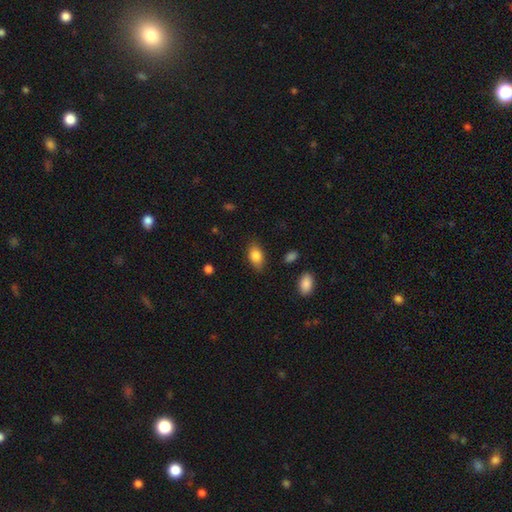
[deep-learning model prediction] Smooth or featured: smooth — 84% (featured or disk — 8%)
How rounded: in between — 89% (round — 8%)
Merging: none — 83% (minor disturbance — 13%)